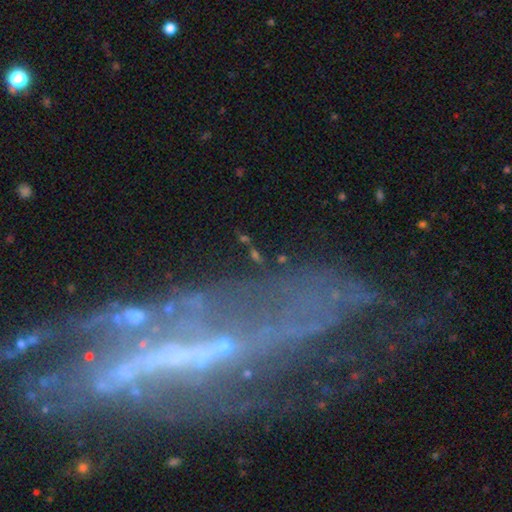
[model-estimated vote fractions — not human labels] This appears to be a featured or disk galaxy (46%). Merging: none (65%).